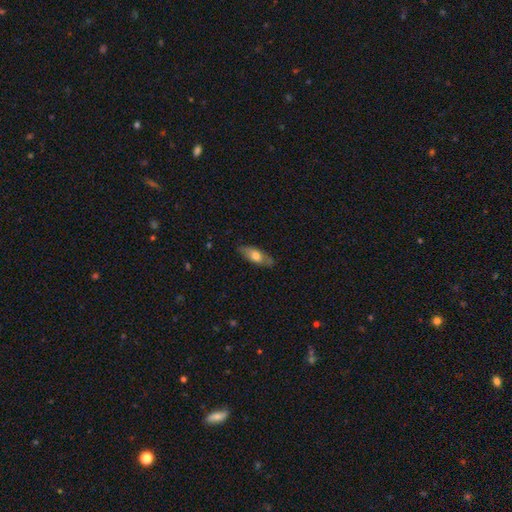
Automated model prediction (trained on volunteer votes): The model was most divided on "smooth or featured": smooth: 63%, featured or disk: 31%, star or artifact: 6%. More confident: merging — none (76%); how rounded — in between (72%).